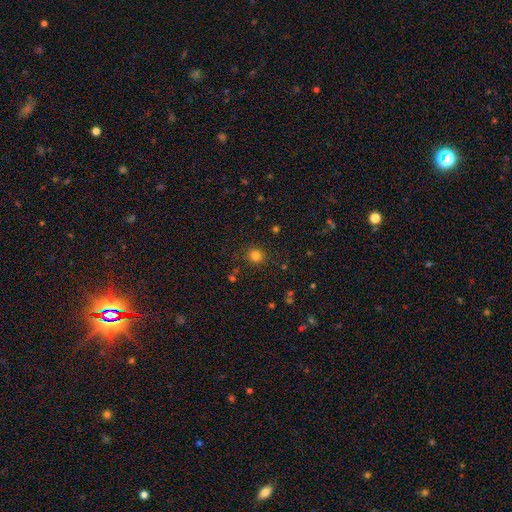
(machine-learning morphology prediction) Smooth or featured?
  - smooth: 81% *
  - star or artifact: 15%
  - featured or disk: 4%
How rounded?
  - round: 89% *
  - in between: 10%
  - cigar-shaped: 1%
Merging?
  - none: 87% *
  - minor disturbance: 8%
  - major disturbance: 3%
  - merger: 2%